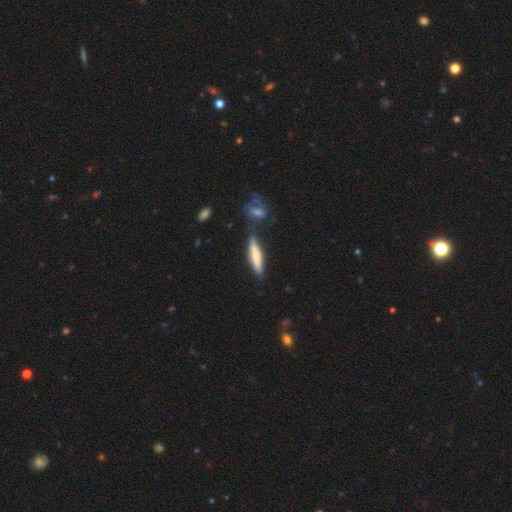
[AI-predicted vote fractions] This is likely a smooth galaxy (64%). How rounded: clearly cigar-shaped (83%). Merging: likely none (75%).